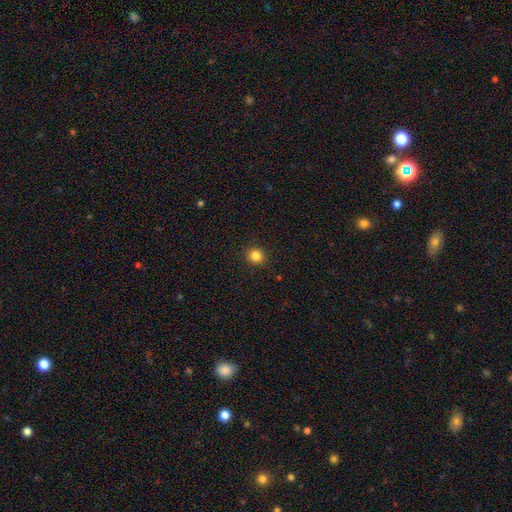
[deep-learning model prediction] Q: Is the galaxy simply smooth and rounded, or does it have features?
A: smooth — 84%.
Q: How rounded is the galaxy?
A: round — 90%.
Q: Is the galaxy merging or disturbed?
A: none — 92%.